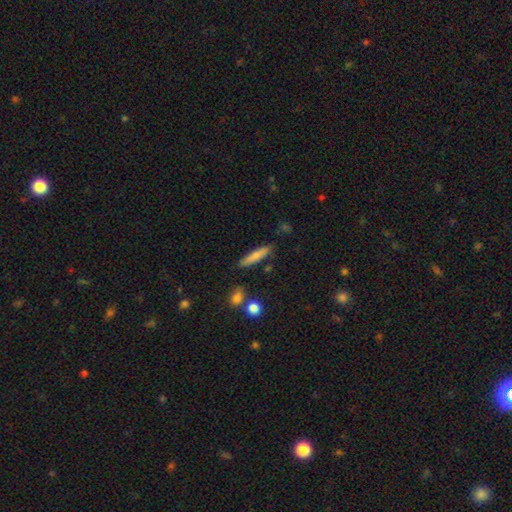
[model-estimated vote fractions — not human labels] smooth 77%, featured or disk 16%, star or artifact 7%. Down the decision tree: how rounded — cigar-shaped (87%); merging — none (83%).